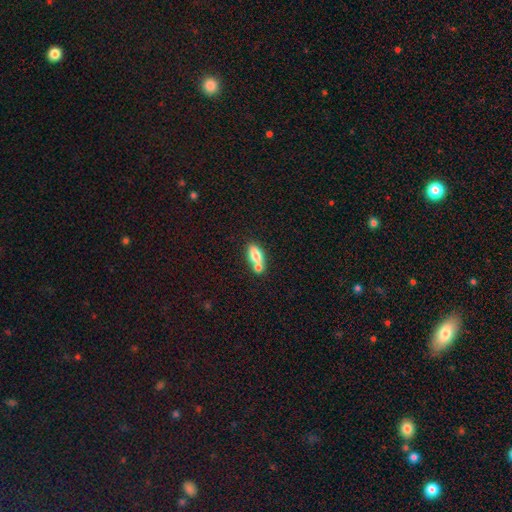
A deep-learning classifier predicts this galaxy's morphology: This appears to be a smooth galaxy with no disk features (75%) that is in between round and cigar-shaped (80%). Merging: merger (47%).